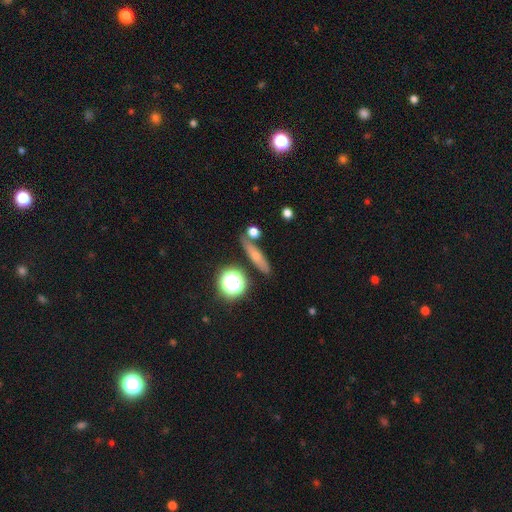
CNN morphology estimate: This is possibly a smooth galaxy (56%). How rounded: likely cigar-shaped (61%). Merging: likely none (77%).